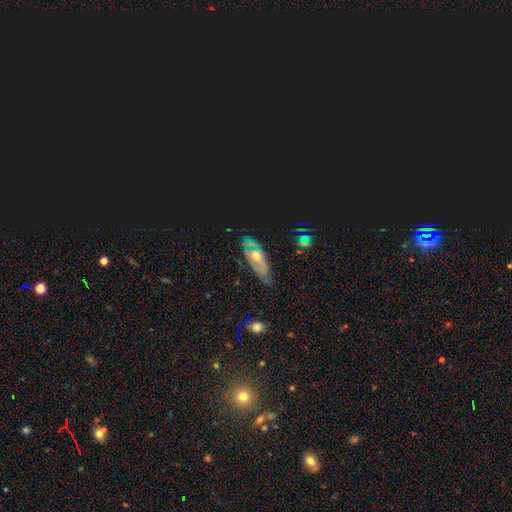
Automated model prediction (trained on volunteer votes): Overall: star or artifact (39%; featured or disk 32%).